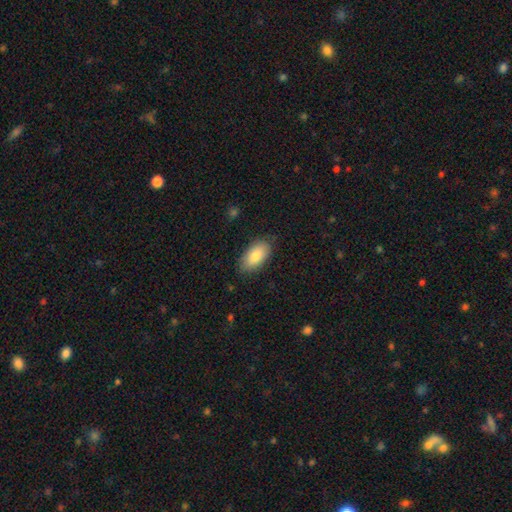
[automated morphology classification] A smooth galaxy with no disk features (82%) that is in between round and cigar-shaped (94%). Merging: none (81%).